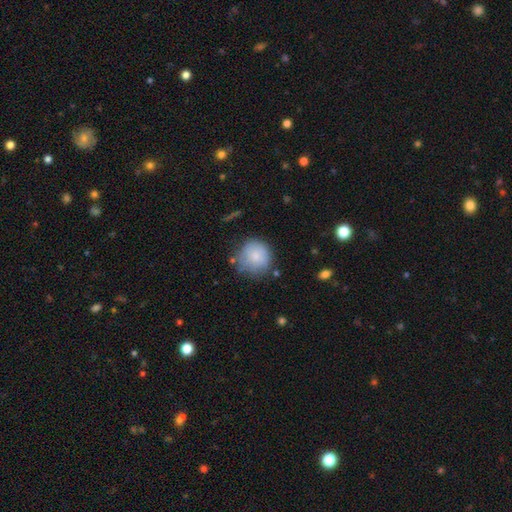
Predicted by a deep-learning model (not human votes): smooth 78%, featured or disk 15%, star or artifact 8%. Down the decision tree: how rounded — round (92%); merging — none (67%).